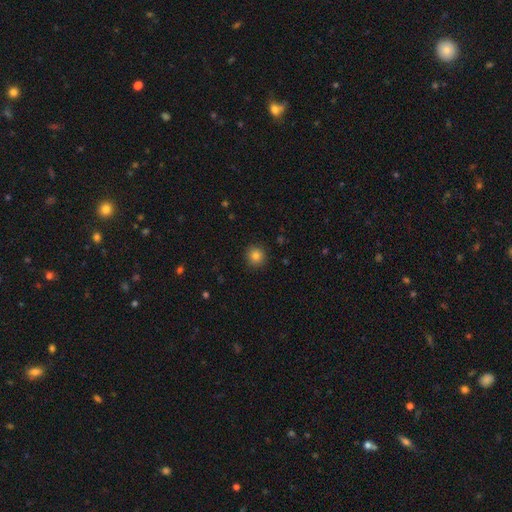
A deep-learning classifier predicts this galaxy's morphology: type=smooth (83%); roundness=round (94%); merging=none (92%).